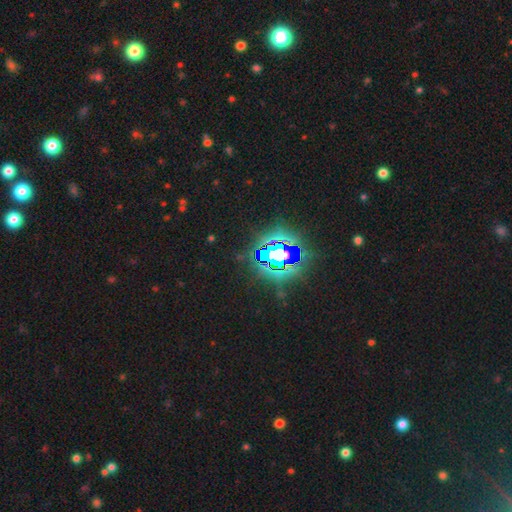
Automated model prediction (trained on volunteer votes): star or artifact 83%, smooth 9%, featured or disk 8%.